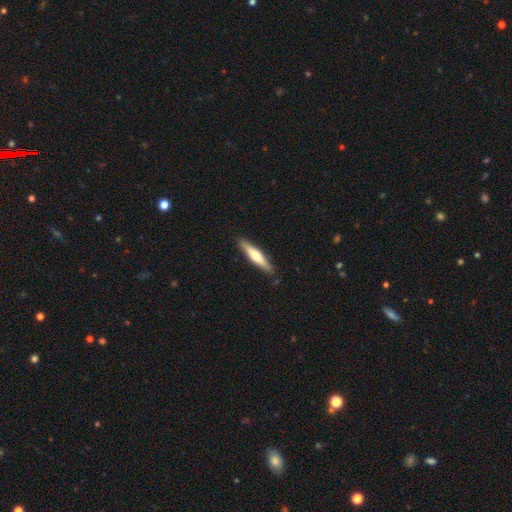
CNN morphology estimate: Smooth or featured: featured or disk — 49% (smooth — 46%)
Merging: none — 89% (minor disturbance — 8%)